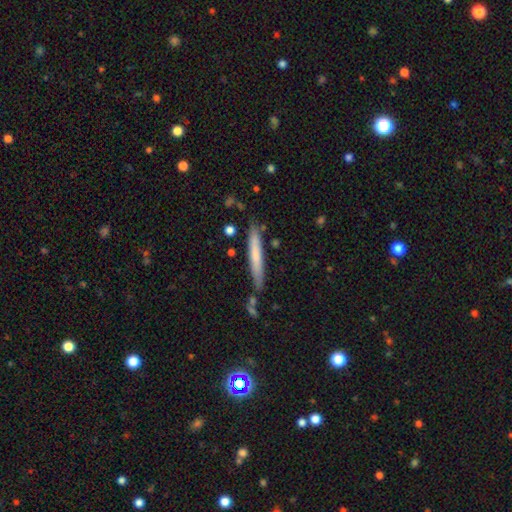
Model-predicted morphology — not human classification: Smooth or featured?
  - smooth: 66% *
  - featured or disk: 28%
  - star or artifact: 6%
How rounded?
  - cigar-shaped: 95% *
  - in between: 4%
  - round: 1%
Merging?
  - none: 79% *
  - minor disturbance: 14%
  - merger: 4%
  - major disturbance: 3%